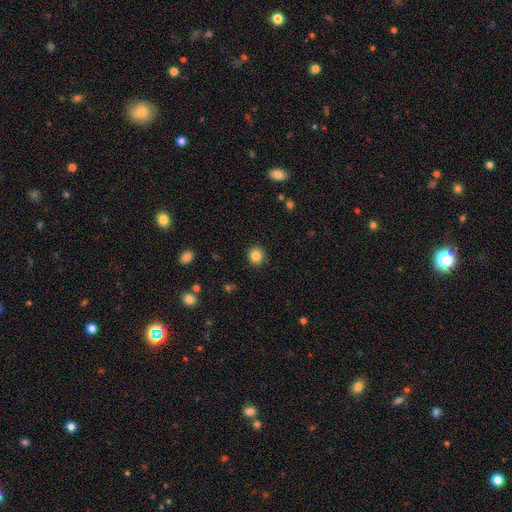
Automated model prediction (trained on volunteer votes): Smooth or featured? Predicted: smooth (p=0.85). How rounded? Predicted: round (p=0.86). Merging? Predicted: none (p=0.90).